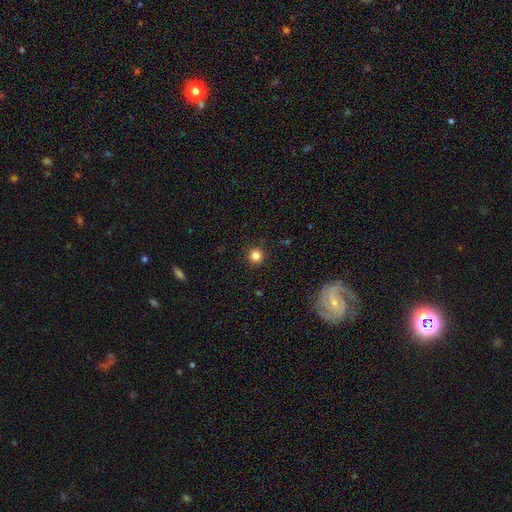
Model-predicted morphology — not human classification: Smooth or featured? smooth (83%)
How rounded? round (95%)
Merging? none (92%)